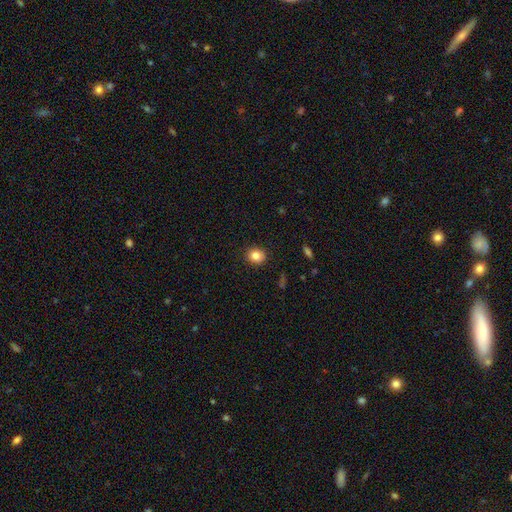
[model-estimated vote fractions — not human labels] Overall: smooth (84%). How rounded: round (72%). Merging: none (90%).